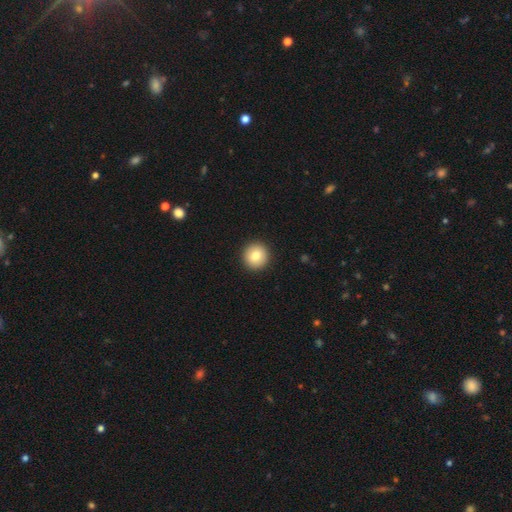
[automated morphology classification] smooth-or-featured: smooth: 82% | featured or disk: 10% | star or artifact: 9%
  how-rounded: round: 94% | in between: 5% | cigar-shaped: 1%
  merging: none: 93% | minor disturbance: 4% | major disturbance: 1% | merger: 1%